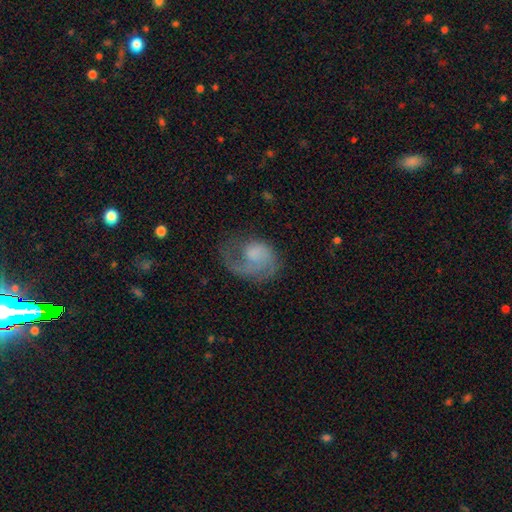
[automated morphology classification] type=featured or disk (63%); edge-on=no (98%); bar=no (77%); spiral arms=yes (85%); winding=medium (38%); arm count=1 (77%); bulge=none (36%); merging=major disturbance (42%).